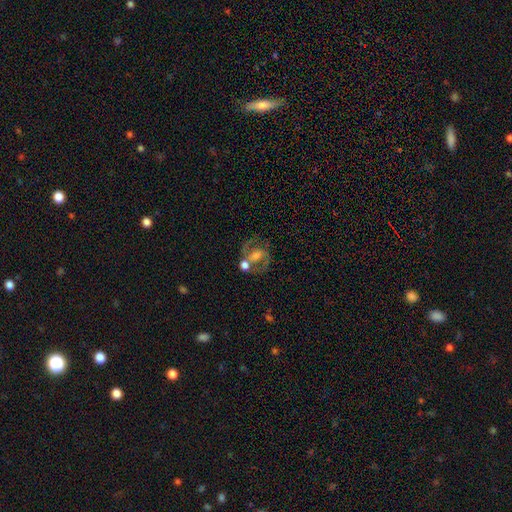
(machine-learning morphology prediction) Smooth or featured?
  - featured or disk: 78% *
  - smooth: 15%
  - star or artifact: 8%
Edge-on disk?
  - no: 97% *
  - yes: 3%
Bar?
  - weak: 40% *
  - no: 36%
  - strong: 24%
Spiral arms?
  - yes: 87% *
  - no: 13%
Spiral winding?
  - medium: 57% *
  - tight: 24%
  - loose: 19%
Spiral arm count?
  - 2: 86% *
  - can't tell: 5%
  - 1: 5%
  - 3: 2%
  - 4: 1%
  - more than 4: 1%
Bulge size?
  - moderate: 54% *
  - small: 33%
  - large: 8%
  - none: 3%
  - dominant: 2%
Merging?
  - none: 53% *
  - merger: 23%
  - minor disturbance: 14%
  - major disturbance: 9%